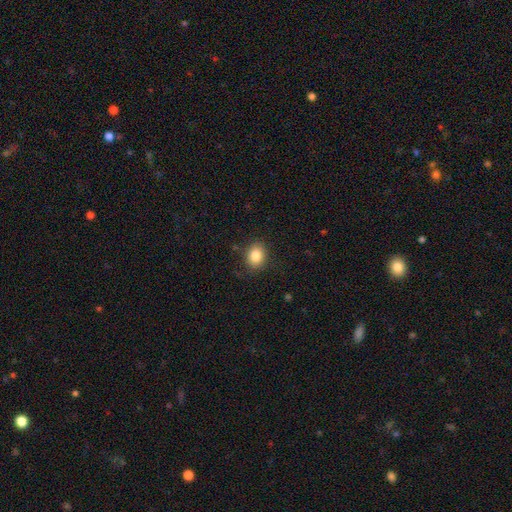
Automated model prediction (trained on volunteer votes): Smooth or featured?
  - smooth: 84% *
  - star or artifact: 9%
  - featured or disk: 7%
How rounded?
  - in between: 52% *
  - round: 47%
  - cigar-shaped: 1%
Merging?
  - none: 85% *
  - minor disturbance: 11%
  - major disturbance: 3%
  - merger: 1%